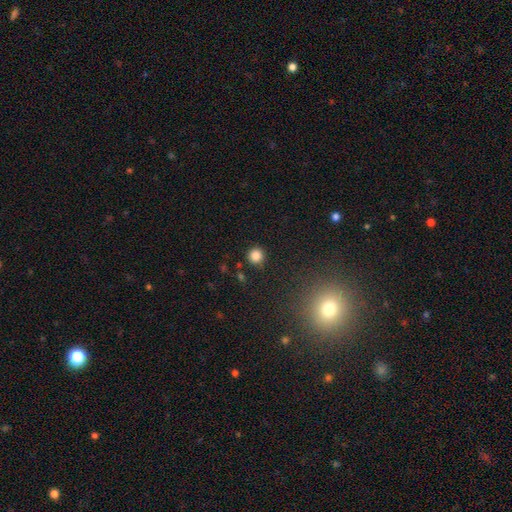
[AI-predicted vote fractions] This appears to be a smooth galaxy with no disk features (83%) that is round (94%). Merging: none (90%).